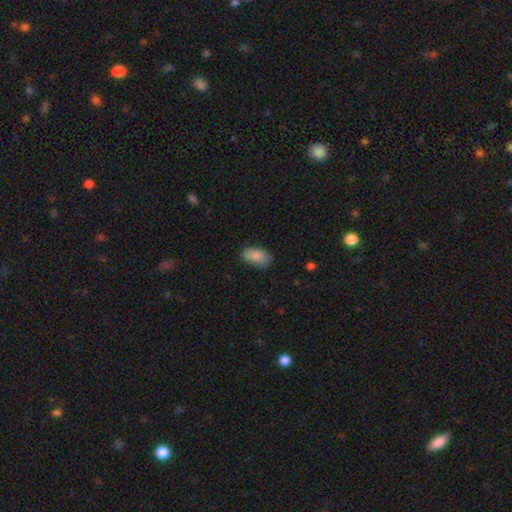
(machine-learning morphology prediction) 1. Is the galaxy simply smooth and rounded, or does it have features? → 87% smooth, 7% star or artifact, 6% featured or disk.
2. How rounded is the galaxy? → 93% in between, 5% round, 2% cigar-shaped.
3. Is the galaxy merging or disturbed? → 74% none, 21% minor disturbance, 4% major disturbance, 1% merger.